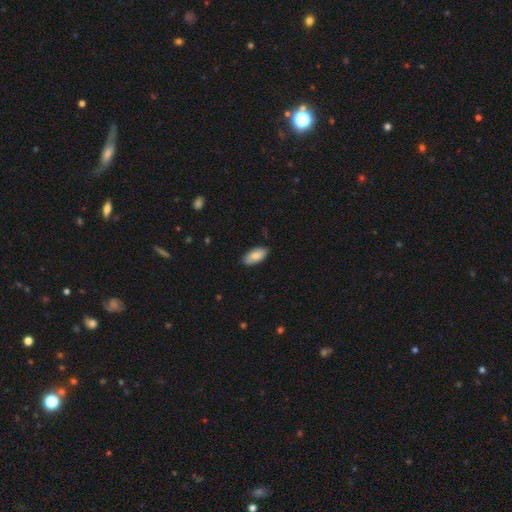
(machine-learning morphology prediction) Q: Smooth or featured?
A: smooth (83%); runner-up: featured or disk (11%)
Q: How rounded?
A: in between (93%); runner-up: cigar-shaped (5%)
Q: Merging?
A: none (87%); runner-up: minor disturbance (11%)